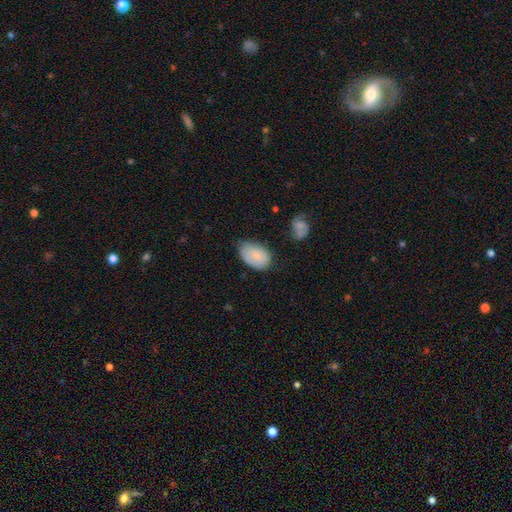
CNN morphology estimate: Smooth or featured? smooth (78%)
How rounded? in between (91%)
Merging? none (56%)